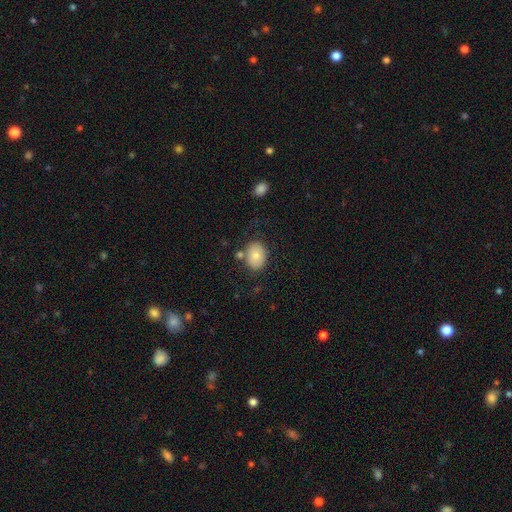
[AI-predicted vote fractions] Smooth or featured? smooth (80%)
How rounded? in between (67%)
Merging? none (75%)